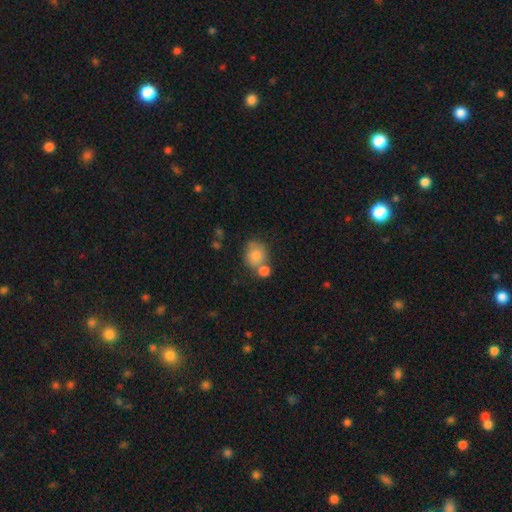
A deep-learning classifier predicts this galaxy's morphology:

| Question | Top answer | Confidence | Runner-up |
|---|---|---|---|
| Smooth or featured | smooth | 77% | featured or disk (14%) |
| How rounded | round | 71% | in between (28%) |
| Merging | none | 48% | merger (33%) |